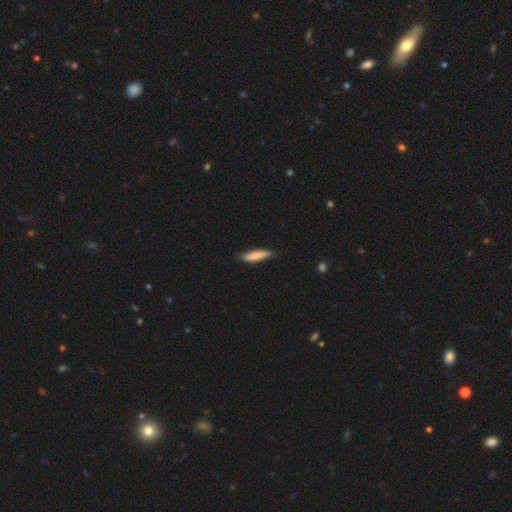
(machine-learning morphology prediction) This appears to be a smooth galaxy with no disk features (77%) that is cigar-shaped (77%). Merging: none (78%).